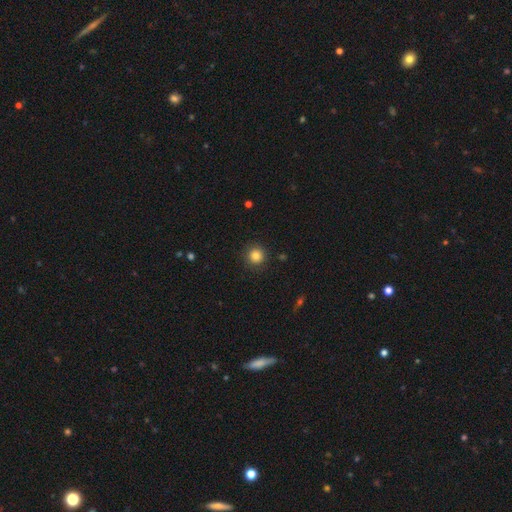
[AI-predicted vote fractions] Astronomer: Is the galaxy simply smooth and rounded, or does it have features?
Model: smooth — 83%.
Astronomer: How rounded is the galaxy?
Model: round — 94%.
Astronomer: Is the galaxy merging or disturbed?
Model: none — 89%.